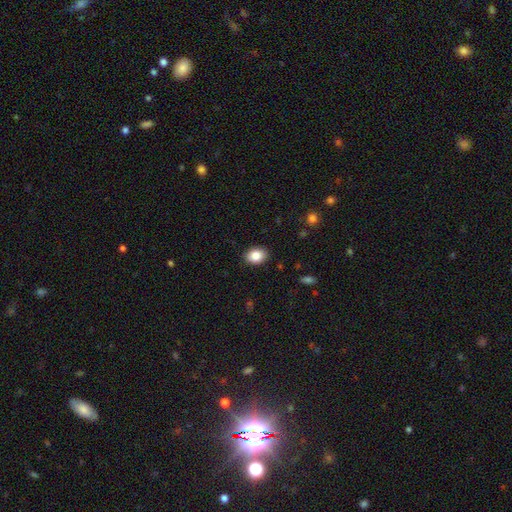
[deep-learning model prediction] The model was most divided on "how rounded": in between: 70%, round: 29%, cigar-shaped: 1%. More confident: merging — none (89%); smooth or featured — smooth (86%).